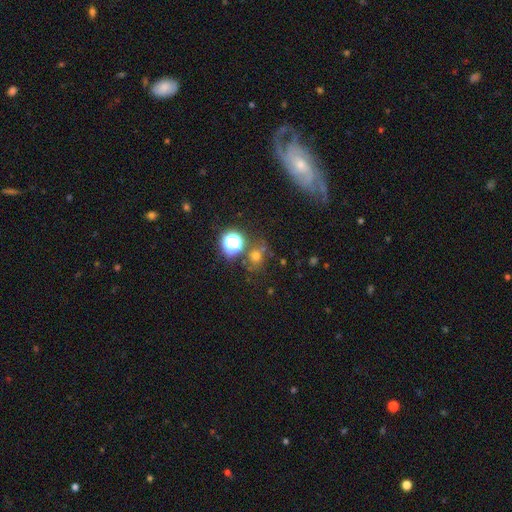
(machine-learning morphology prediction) A smooth galaxy with no disk features (61%) that is round (81%).

Vote fractions:
- Smooth or featured? smooth: 61% / star or artifact: 29% / featured or disk: 10%
- How rounded? round: 81% / in between: 18% / cigar-shaped: 1%
- Merging? none: 69% / minor disturbance: 13% / merger: 12% / major disturbance: 6%